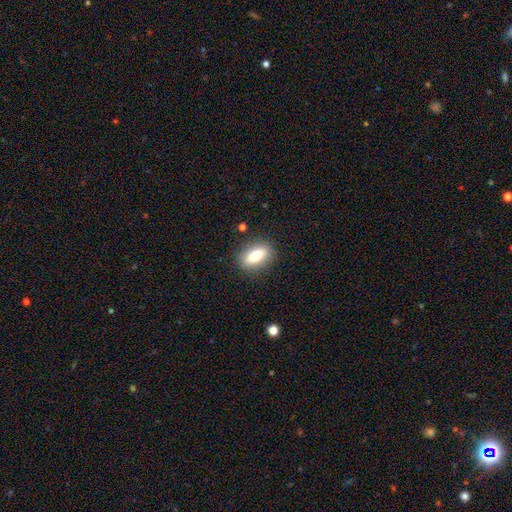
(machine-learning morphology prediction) The model was most divided on "smooth or featured": smooth: 77%, featured or disk: 15%, star or artifact: 8%. More confident: merging — none (86%); how rounded — in between (78%).